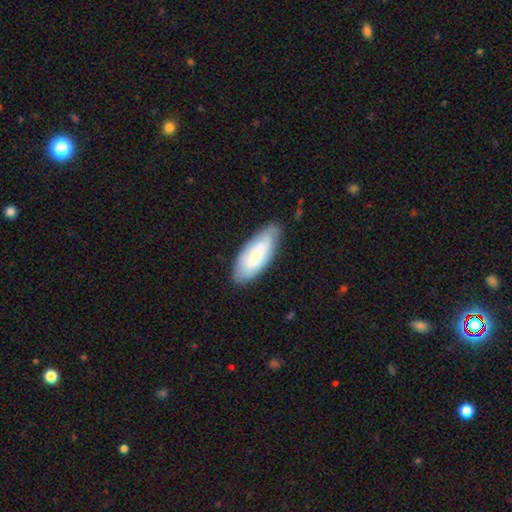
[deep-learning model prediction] This is possibly a smooth galaxy (57%). How rounded: clearly in between (81%). Merging: likely none (75%).